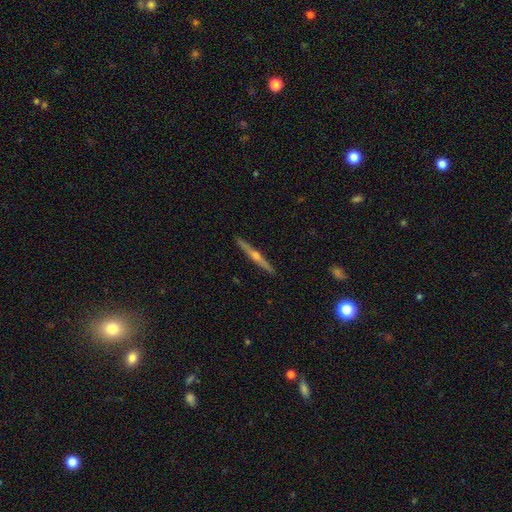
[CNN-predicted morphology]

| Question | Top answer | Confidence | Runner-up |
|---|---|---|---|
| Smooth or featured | featured or disk | 78% | smooth (16%) |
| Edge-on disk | yes | 98% | no (2%) |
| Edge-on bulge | rounded | 90% | none (7%) |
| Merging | none | 92% | minor disturbance (6%) |